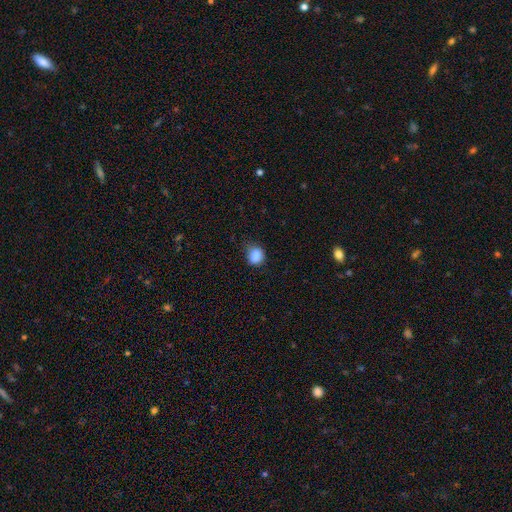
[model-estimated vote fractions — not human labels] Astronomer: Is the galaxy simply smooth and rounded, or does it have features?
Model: smooth — 87%.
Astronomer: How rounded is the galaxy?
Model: round — 63%.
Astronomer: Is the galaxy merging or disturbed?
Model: none — 63%.